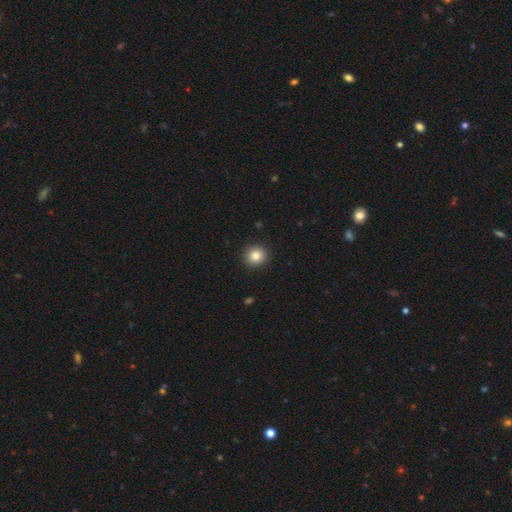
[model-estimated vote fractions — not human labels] smooth_or_featured: smooth (p=0.84) [alt: star or artifact p=0.10]
how_rounded: round (p=0.90) [alt: in between p=0.09]
merging: none (p=0.92) [alt: minor disturbance p=0.05]